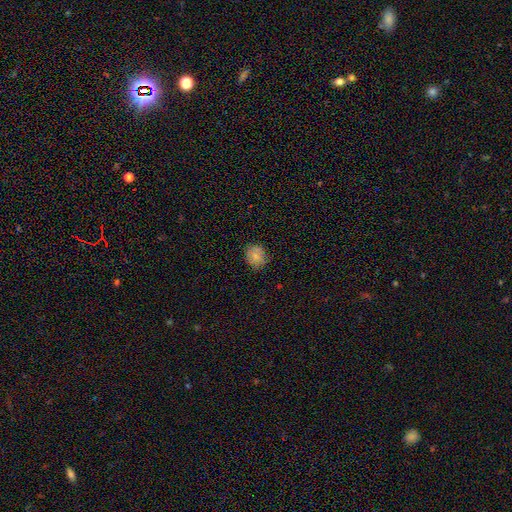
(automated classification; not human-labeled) A smooth galaxy with no disk features (77%) that is round (74%). Merging: none (78%).